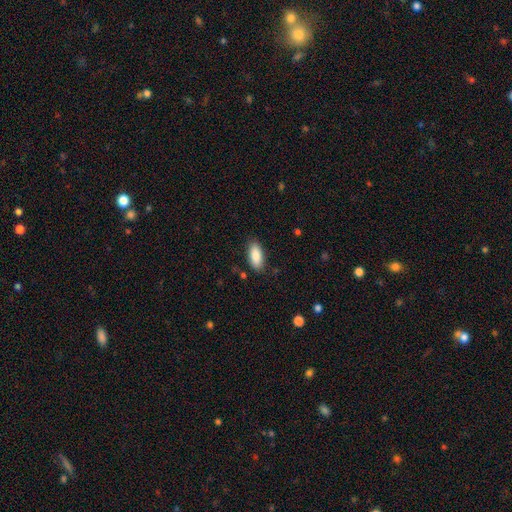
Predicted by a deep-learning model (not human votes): A smooth galaxy with no disk features (87%) that is in between round and cigar-shaped (86%). Merging: none (85%).